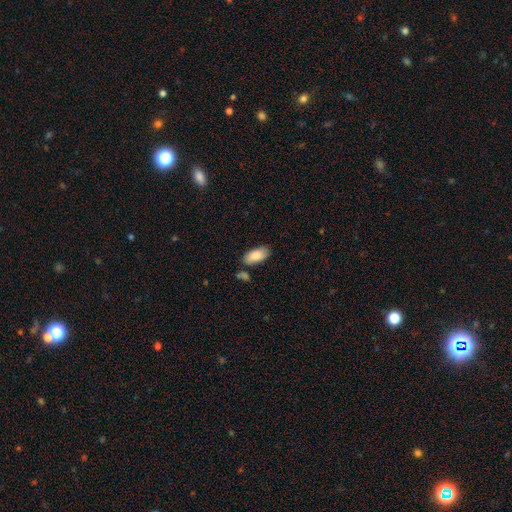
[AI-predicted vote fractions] smooth 86%, featured or disk 8%, star or artifact 6%. Down the decision tree: how rounded — in between (91%); merging — none (76%).